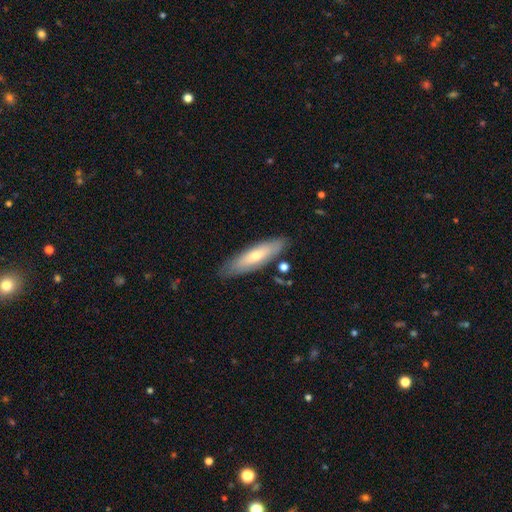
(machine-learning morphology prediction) Smooth or featured: smooth — 57% (featured or disk — 37%)
How rounded: cigar-shaped — 66% (in between — 32%)
Merging: none — 83% (minor disturbance — 12%)